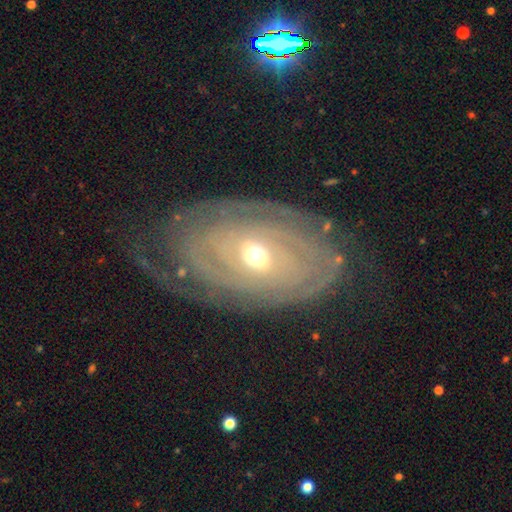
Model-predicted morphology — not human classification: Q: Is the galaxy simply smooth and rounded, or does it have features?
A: featured or disk — 86%.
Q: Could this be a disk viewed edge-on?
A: no — 94%.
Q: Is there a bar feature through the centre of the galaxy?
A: no — 55%.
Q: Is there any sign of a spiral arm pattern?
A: yes — 91%.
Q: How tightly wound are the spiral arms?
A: tight — 79%.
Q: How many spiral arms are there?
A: can't tell — 38%.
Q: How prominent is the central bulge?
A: moderate — 61%.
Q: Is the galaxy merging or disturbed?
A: none — 76%.